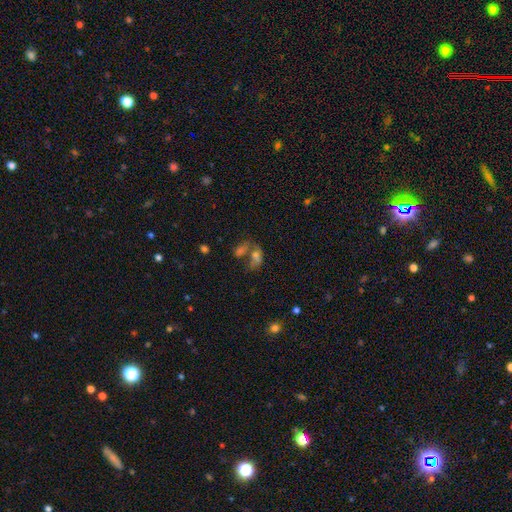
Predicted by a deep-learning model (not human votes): Smooth or featured?
  - smooth: 56% *
  - featured or disk: 23%
  - star or artifact: 21%
How rounded?
  - in between: 81% *
  - round: 14%
  - cigar-shaped: 5%
Merging?
  - merger: 52% *
  - none: 29%
  - minor disturbance: 10%
  - major disturbance: 10%